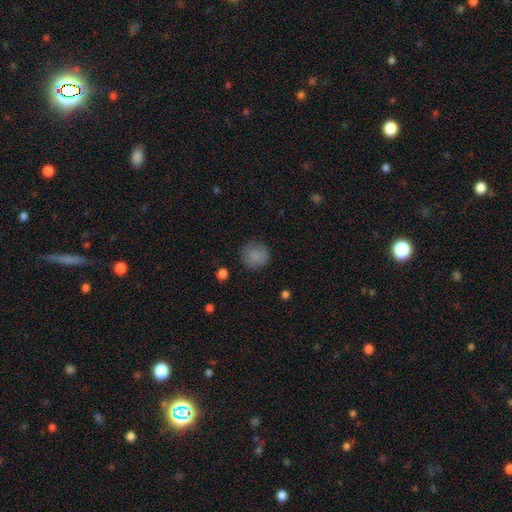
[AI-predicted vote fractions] Overall: smooth (86%). How rounded: round (91%). Merging: none (84%).